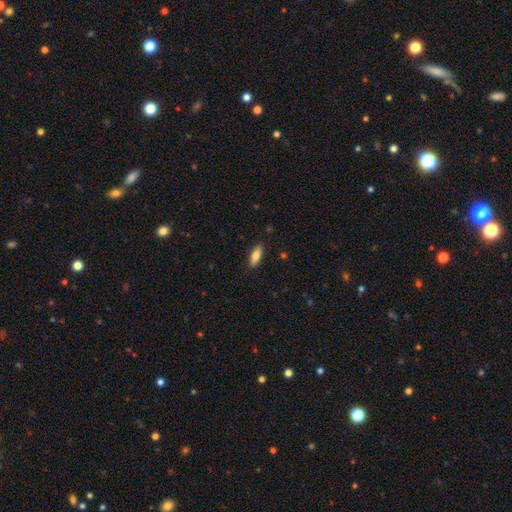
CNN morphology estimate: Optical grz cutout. It shows a smooth galaxy with no disk features (79%) that is in between round and cigar-shaped (69%). Merging: none (88%).